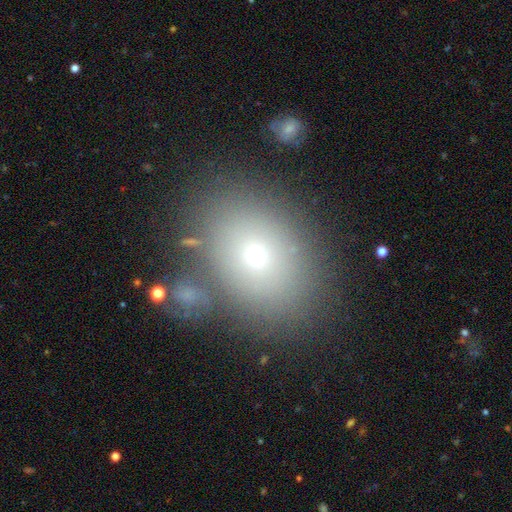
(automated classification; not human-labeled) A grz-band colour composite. It shows a smooth galaxy with no disk features (68%) that is in between round and cigar-shaped (65%). Merging: none (77%).